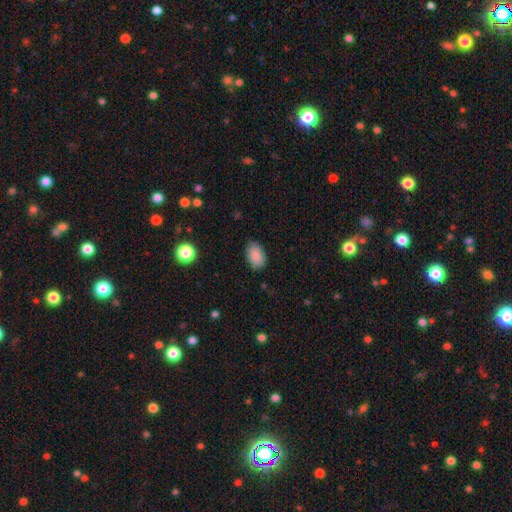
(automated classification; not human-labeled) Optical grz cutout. It shows a smooth galaxy with no disk features (89%) that is in between round and cigar-shaped (90%). Merging: none (84%).